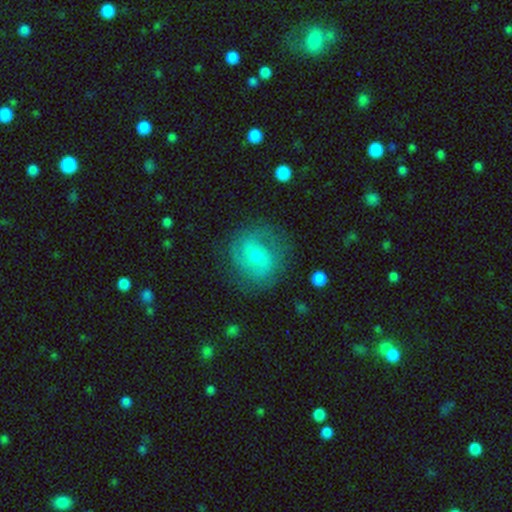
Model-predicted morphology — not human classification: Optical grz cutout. It shows a featured or disk galaxy (58%) with a weak bar (52%), spiral arms (77%) and a small central bulge (48%). Merging: none (71%).